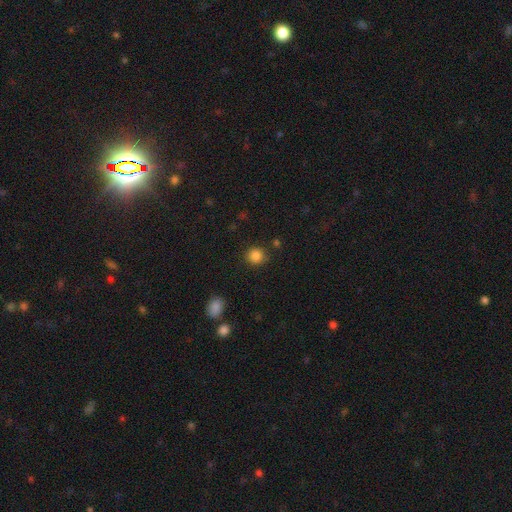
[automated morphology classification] Smooth or featured: smooth — 85% (star or artifact — 11%)
How rounded: round — 90% (in between — 9%)
Merging: none — 87% (minor disturbance — 8%)